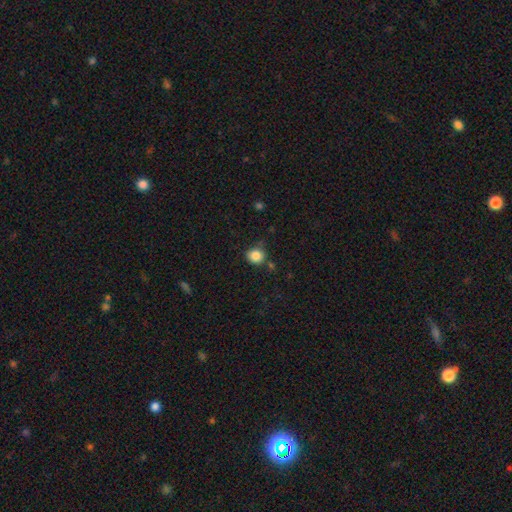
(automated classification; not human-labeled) smooth_or_featured: smooth (p=0.85) [alt: star or artifact p=0.10]
how_rounded: round (p=0.84) [alt: in between p=0.15]
merging: none (p=0.75) [alt: minor disturbance p=0.16]